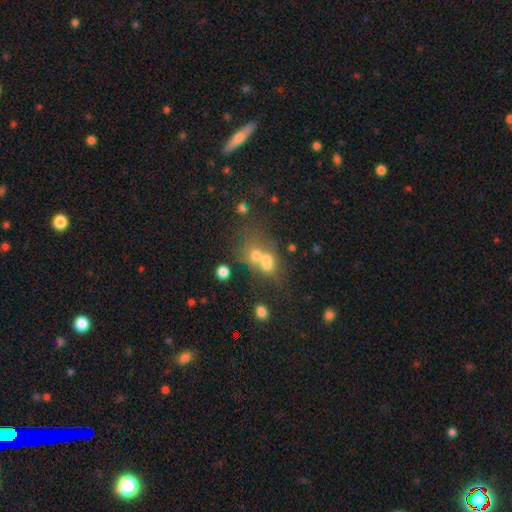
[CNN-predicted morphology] Overall: smooth (63%). How rounded: round (56%; in between 42%). Merging: merger (60%; none 25%).